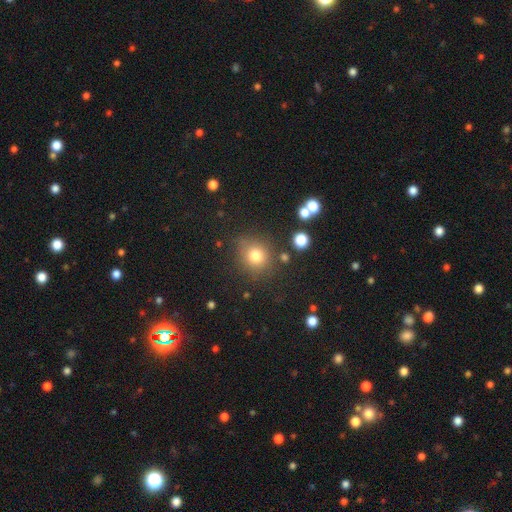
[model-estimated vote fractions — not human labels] A smooth galaxy with no disk features (78%) that is round (83%). Merging: none (79%).